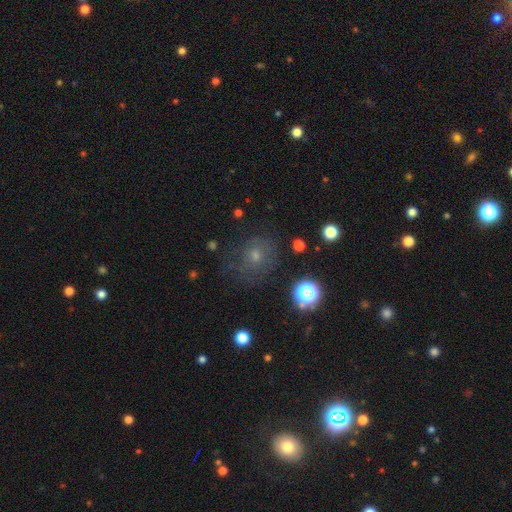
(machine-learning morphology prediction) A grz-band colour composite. It shows a smooth galaxy with no disk features (52%) that is round (76%). Merging: none (67%).